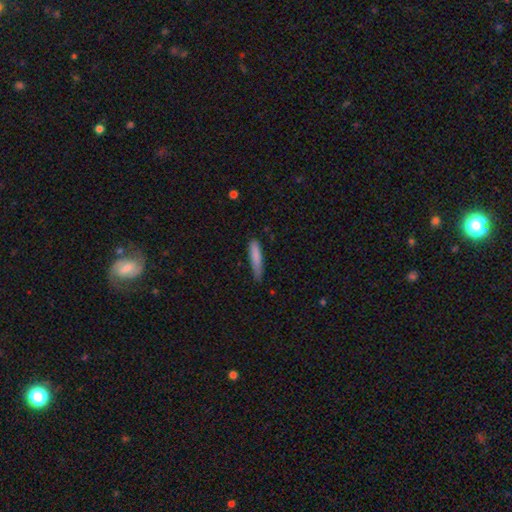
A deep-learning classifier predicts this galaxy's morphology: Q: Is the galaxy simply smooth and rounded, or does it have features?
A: smooth — 82%.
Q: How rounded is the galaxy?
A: cigar-shaped — 83%.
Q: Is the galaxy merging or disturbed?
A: none — 59%.